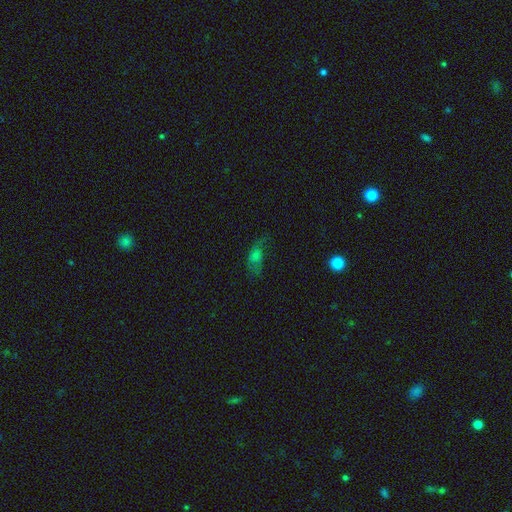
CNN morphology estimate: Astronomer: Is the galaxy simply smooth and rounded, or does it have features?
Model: smooth — 51% (runner-up: featured or disk, 27%).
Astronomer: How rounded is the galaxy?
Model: in between — 72%.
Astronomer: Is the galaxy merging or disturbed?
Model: none — 46% (runner-up: minor disturbance, 26%).